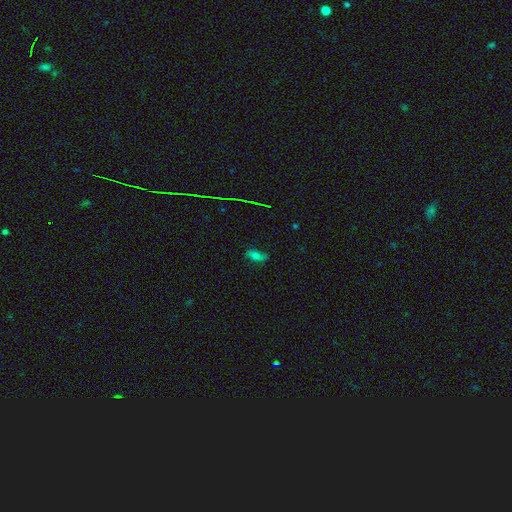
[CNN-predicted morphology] This appears to be a smooth galaxy with no disk features (57%) that is in between round and cigar-shaped (83%). Merging: none (72%).